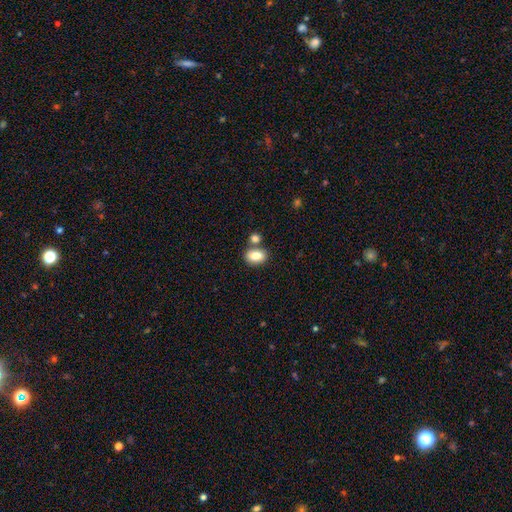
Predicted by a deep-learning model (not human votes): smooth_or_featured: smooth (p=0.84) [alt: featured or disk p=0.08]
how_rounded: in between (p=0.79) [alt: round p=0.20]
merging: none (p=0.62) [alt: merger p=0.23]